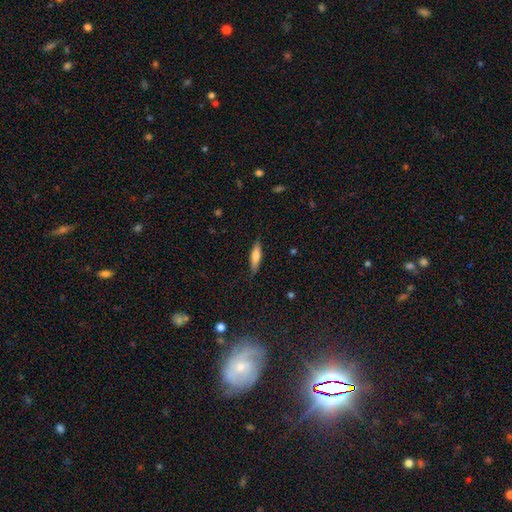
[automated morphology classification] This appears to be a smooth galaxy with no disk features (68%) that is cigar-shaped (71%). Merging: none (85%).